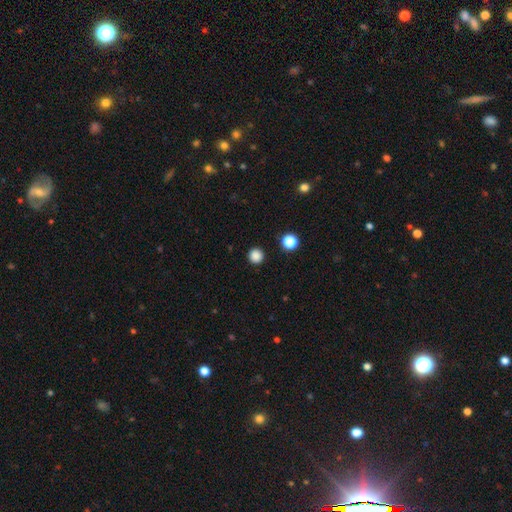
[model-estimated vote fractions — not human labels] A smooth galaxy with no disk features (85%) that is round (96%). Merging: none (93%).